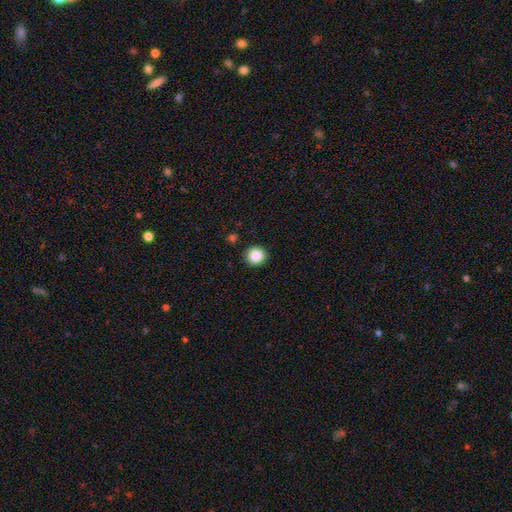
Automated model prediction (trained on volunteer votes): smooth_or_featured: smooth (p=0.87) [alt: star or artifact p=0.09]
how_rounded: round (p=0.89) [alt: in between p=0.10]
merging: none (p=0.90) [alt: minor disturbance p=0.06]